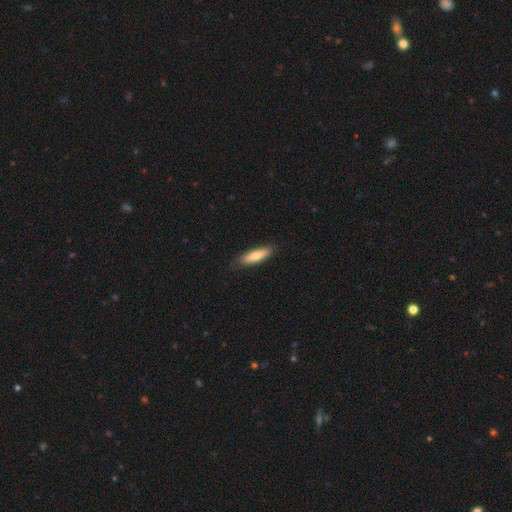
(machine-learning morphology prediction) A smooth galaxy with no disk features (73%) that is cigar-shaped (58%). Merging: none (83%).